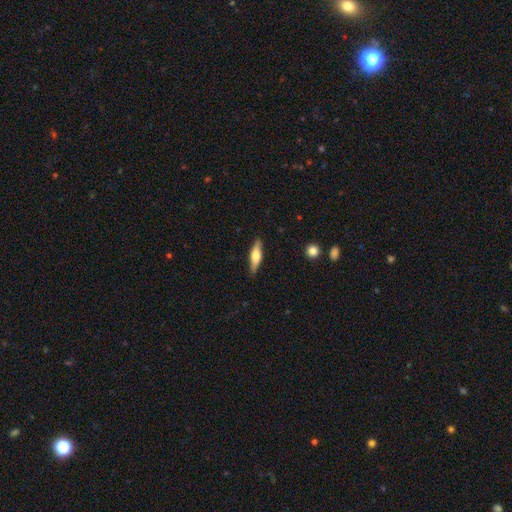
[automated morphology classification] type=smooth (50%); roundness=cigar-shaped (61%); merging=none (86%).